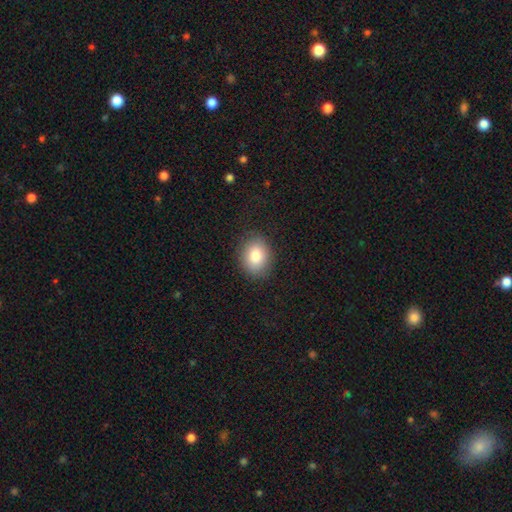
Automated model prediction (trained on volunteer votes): A smooth galaxy with no disk features (83%) that is in between round and cigar-shaped (53%).

Vote fractions:
- Smooth or featured? smooth: 83% / star or artifact: 9% / featured or disk: 8%
- How rounded? in between: 53% / round: 46% / cigar-shaped: 1%
- Merging? none: 87% / minor disturbance: 9% / major disturbance: 3% / merger: 1%